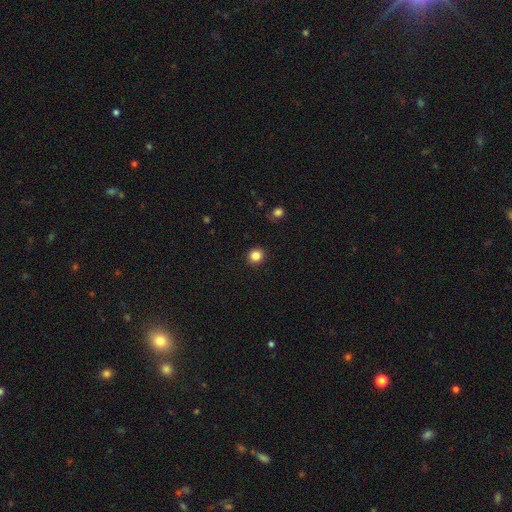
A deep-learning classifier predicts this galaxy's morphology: smooth 85%, star or artifact 11%, featured or disk 4%. Down the decision tree: how rounded — round (90%); merging — none (91%).